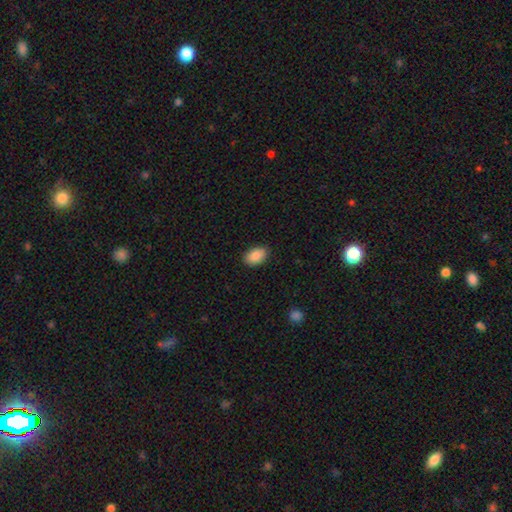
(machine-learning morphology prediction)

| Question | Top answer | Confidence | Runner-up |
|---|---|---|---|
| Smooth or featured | smooth | 89% | star or artifact (7%) |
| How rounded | in between | 91% | round (8%) |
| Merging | none | 87% | minor disturbance (10%) |